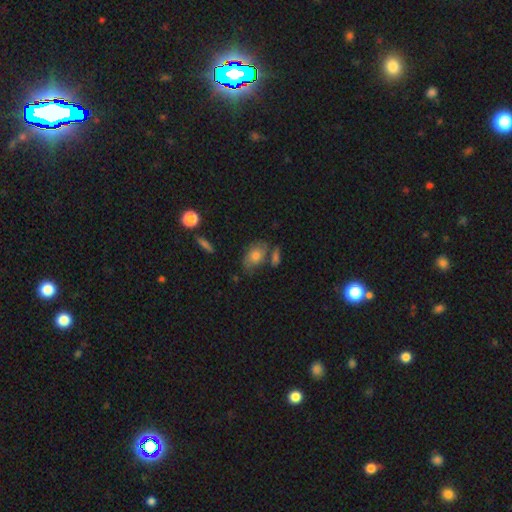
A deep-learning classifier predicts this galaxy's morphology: Overall: smooth (68%). How rounded: in between (82%). Merging: none (54%; minor disturbance 23%).